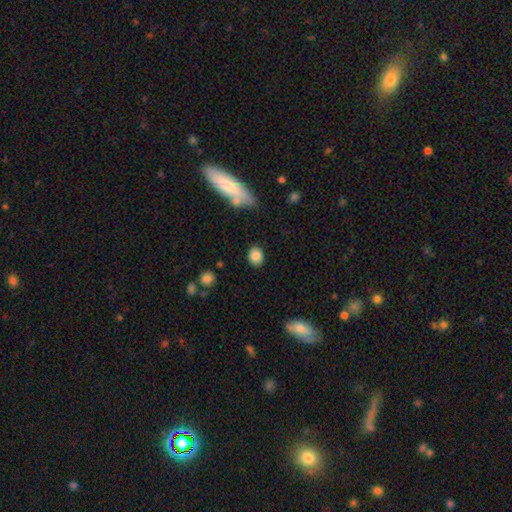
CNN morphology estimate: Overall: smooth (86%). How rounded: round (54%; in between 44%). Merging: none (85%).